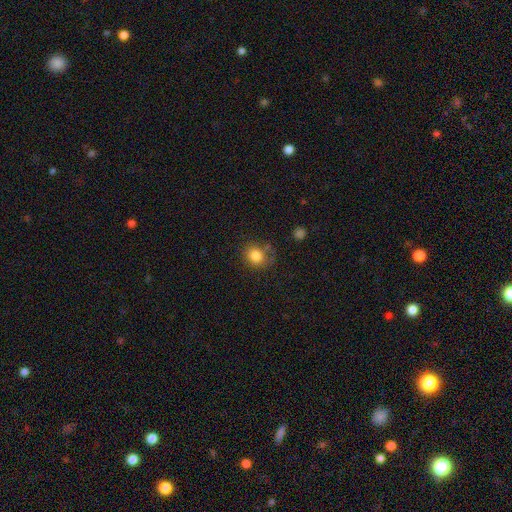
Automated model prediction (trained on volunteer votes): smooth 82%, star or artifact 11%, featured or disk 8%. Down the decision tree: how rounded — round (74%); merging — none (63%).